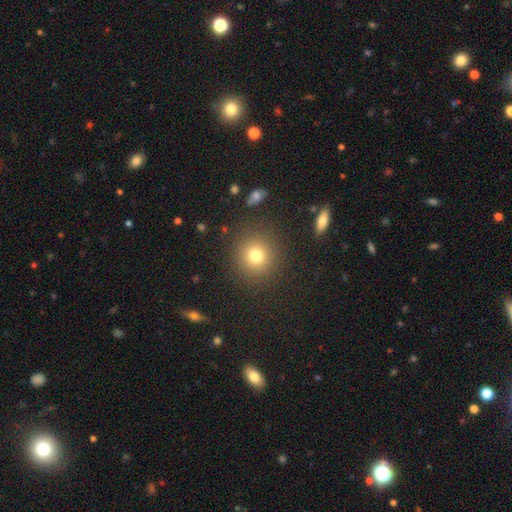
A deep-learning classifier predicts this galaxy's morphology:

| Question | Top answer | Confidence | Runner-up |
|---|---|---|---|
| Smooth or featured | smooth | 77% | star or artifact (14%) |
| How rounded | round | 93% | in between (6%) |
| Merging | none | 88% | minor disturbance (6%) |